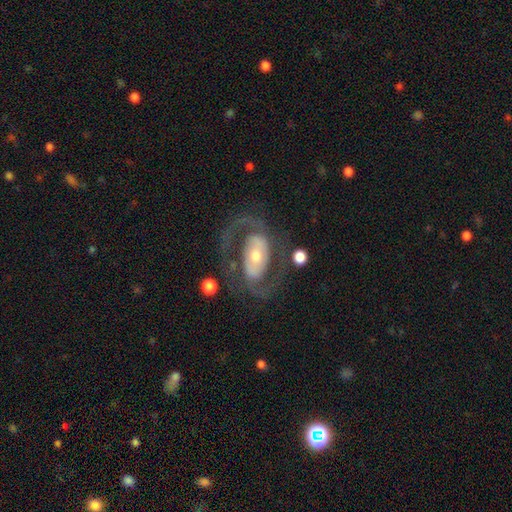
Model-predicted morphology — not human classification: smooth-or-featured: featured or disk: 84% | smooth: 11% | star or artifact: 5%
  disk-edge-on: no: 96% | yes: 4%
    bar: no: 41% | weak: 32% | strong: 27%
    has-spiral-arms: yes: 86% | no: 14%
      spiral-winding: medium: 53% | loose: 23% | tight: 23%
      spiral-arm-count: 2: 88% | can't tell: 5% | 1: 3% | 3: 2% | 4: 1% | more than 4: 1%
    bulge-size: moderate: 58% | small: 32% | large: 7% | dominant: 1% | none: 1%
  merging: none: 68% | major disturbance: 16% | minor disturbance: 13% | merger: 3%